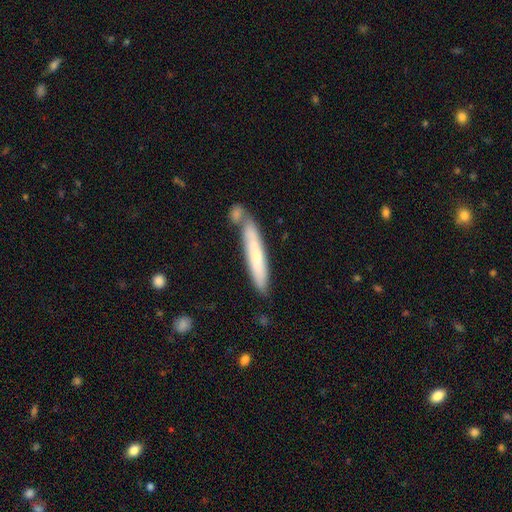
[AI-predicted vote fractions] Q: Smooth or featured?
A: smooth (54%); runner-up: featured or disk (38%)
Q: How rounded?
A: cigar-shaped (92%); runner-up: in between (6%)
Q: Merging?
A: none (71%); runner-up: minor disturbance (15%)